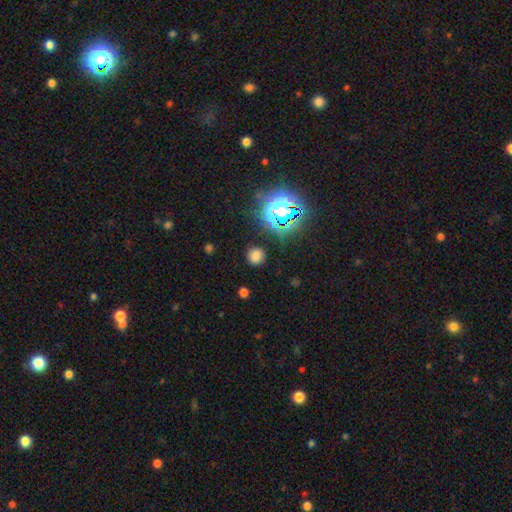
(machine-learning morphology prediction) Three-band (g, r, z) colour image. It shows a smooth galaxy with no disk features (69%) that is round (85%). Merging: none (86%).